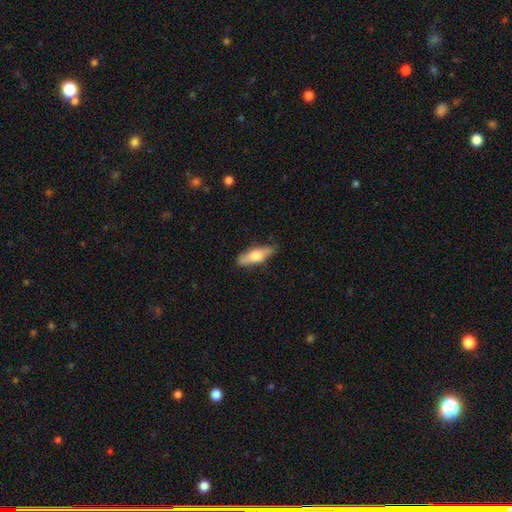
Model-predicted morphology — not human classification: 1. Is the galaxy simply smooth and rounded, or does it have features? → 60% smooth, 35% featured or disk, 6% star or artifact.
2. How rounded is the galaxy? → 51% in between, 47% cigar-shaped, 3% round.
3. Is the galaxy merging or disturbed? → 81% none, 15% minor disturbance, 3% major disturbance, 1% merger.